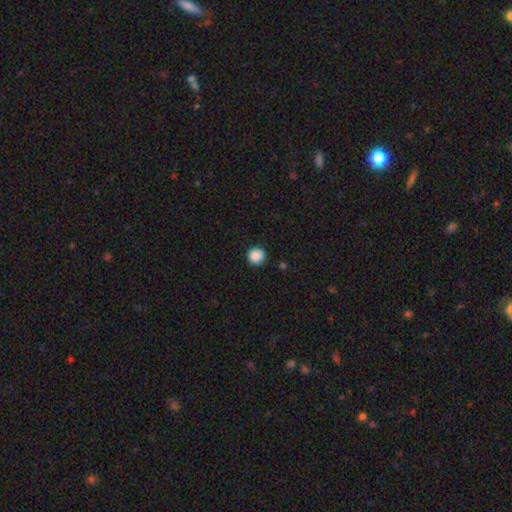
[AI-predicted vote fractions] This is clearly a smooth galaxy (88%). How rounded: clearly round (94%). Merging: clearly none (90%).